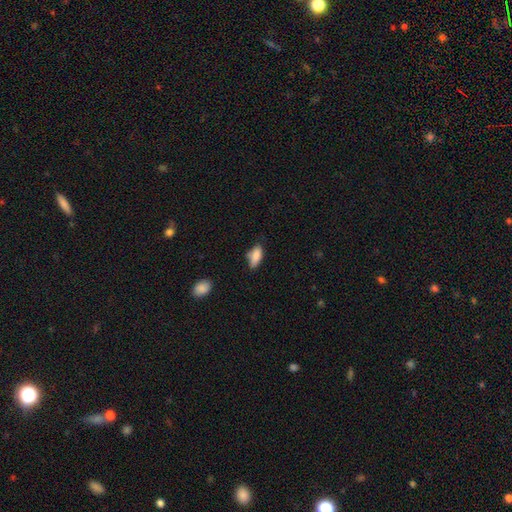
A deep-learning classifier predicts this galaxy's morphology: Overall: smooth (84%). How rounded: in between (81%). Merging: none (57%; minor disturbance 32%).